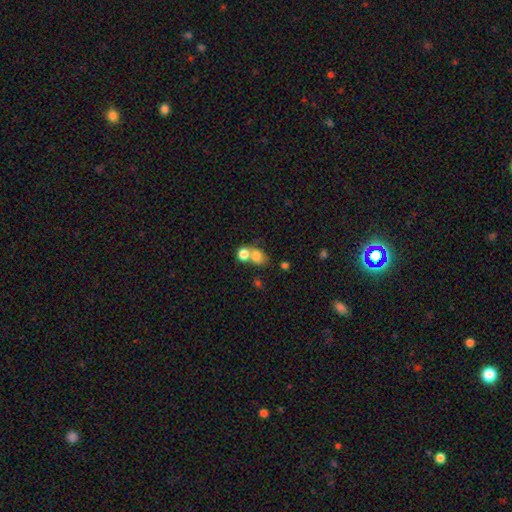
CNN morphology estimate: A smooth galaxy with no disk features (78%) that is round (55%).

Vote fractions:
- Smooth or featured? smooth: 78% / star or artifact: 11% / featured or disk: 11%
- How rounded? round: 55% / in between: 43% / cigar-shaped: 1%
- Merging? merger: 52% / none: 35% / minor disturbance: 9% / major disturbance: 5%